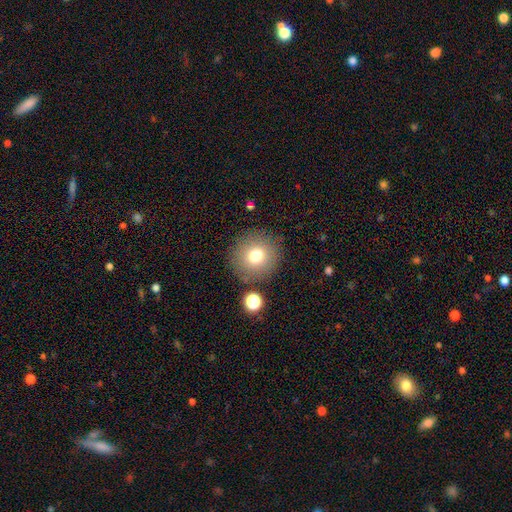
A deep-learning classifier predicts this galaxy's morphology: This is likely a smooth galaxy (76%). How rounded: clearly round (94%). Merging: clearly none (86%).